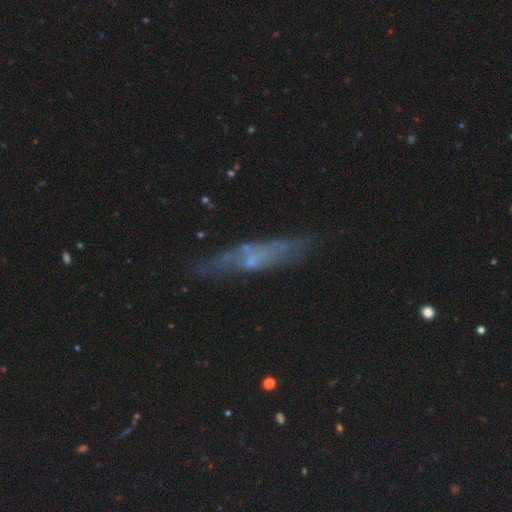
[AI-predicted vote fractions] A featured or disk galaxy (49%). Merging: none (72%).